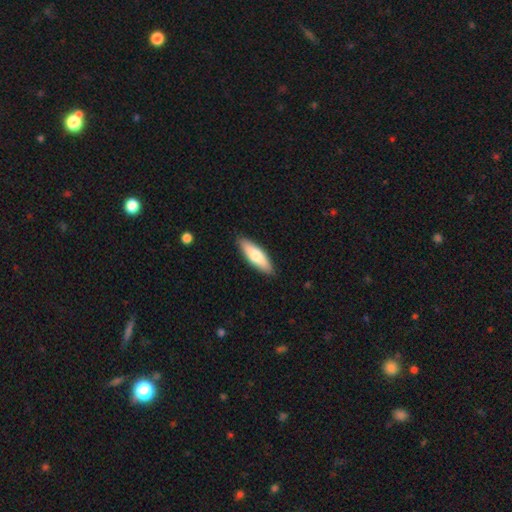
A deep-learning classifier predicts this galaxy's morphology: This appears to be a smooth galaxy with no disk features (69%) that is cigar-shaped (52%). Merging: none (89%).